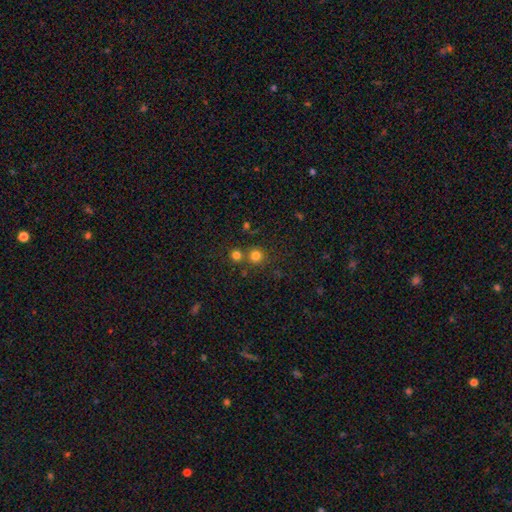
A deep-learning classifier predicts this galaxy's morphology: Smooth or featured: smooth — 78% (star or artifact — 17%)
How rounded: round — 93% (in between — 6%)
Merging: none — 72% (merger — 19%)